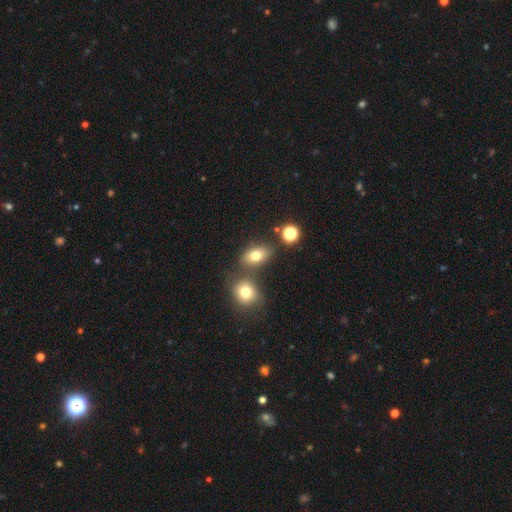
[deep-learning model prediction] smooth 74%, star or artifact 13%, featured or disk 13%. Down the decision tree: how rounded — in between (77%); merging — none (65%).